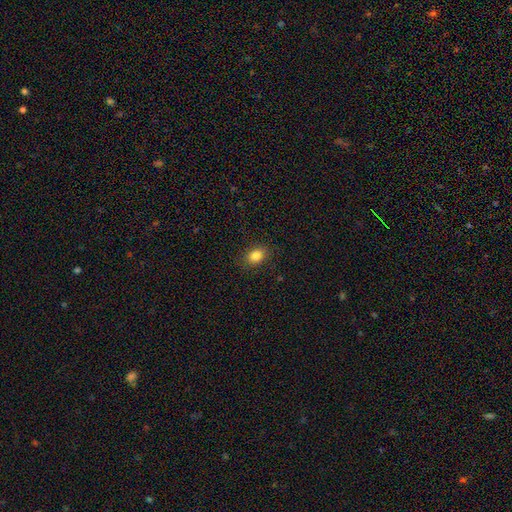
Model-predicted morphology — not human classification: Q: Smooth or featured?
A: smooth (85%); runner-up: star or artifact (10%)
Q: How rounded?
A: in between (65%); runner-up: round (33%)
Q: Merging?
A: none (86%); runner-up: minor disturbance (10%)